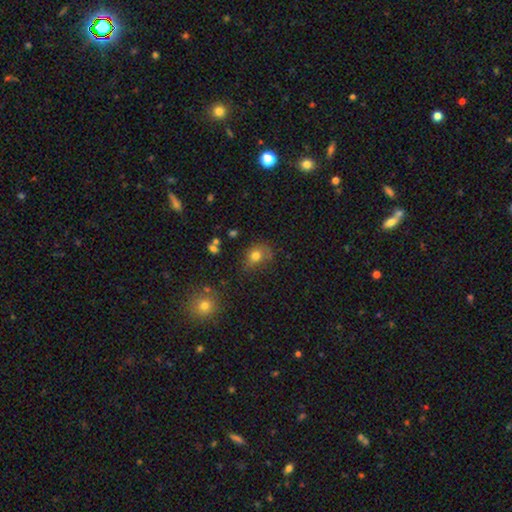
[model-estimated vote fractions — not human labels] smooth 76%, star or artifact 12%, featured or disk 11%. Down the decision tree: how rounded — in between (51%); merging — none (53%).